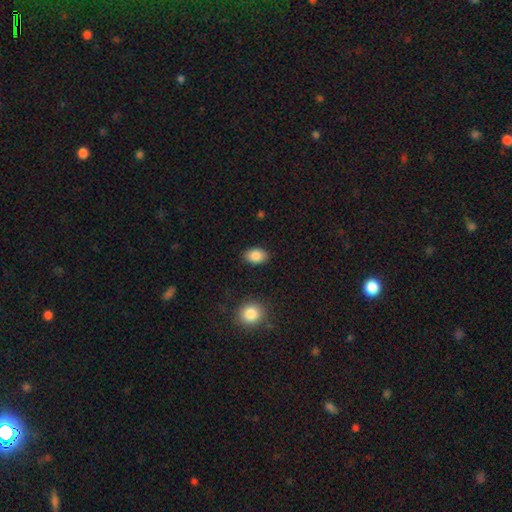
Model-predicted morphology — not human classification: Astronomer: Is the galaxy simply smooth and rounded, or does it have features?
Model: smooth — 87%.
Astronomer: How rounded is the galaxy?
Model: in between — 82%.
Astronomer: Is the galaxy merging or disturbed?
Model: none — 87%.